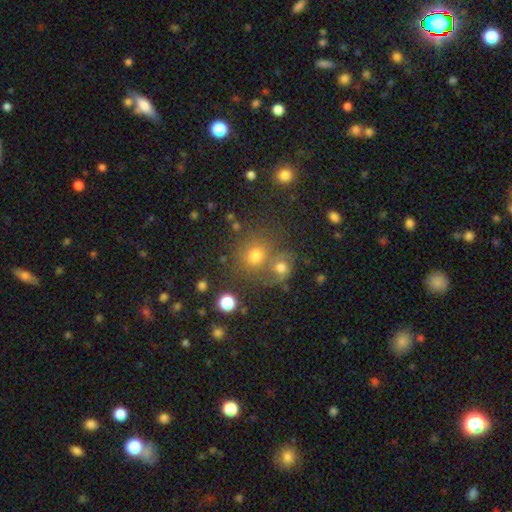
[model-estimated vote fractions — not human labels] A smooth galaxy with no disk features (69%) that is round (79%).

Vote fractions:
- Smooth or featured? smooth: 69% / star or artifact: 18% / featured or disk: 13%
- How rounded? round: 79% / in between: 20% / cigar-shaped: 1%
- Merging? none: 53% / merger: 33% / minor disturbance: 9% / major disturbance: 5%